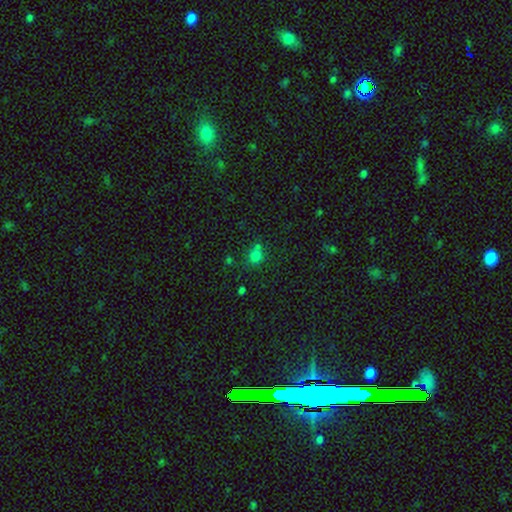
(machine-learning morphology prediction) Smooth or featured? Predicted: smooth (p=0.74). How rounded? Predicted: round (p=0.64). Merging? Predicted: none (p=0.57).